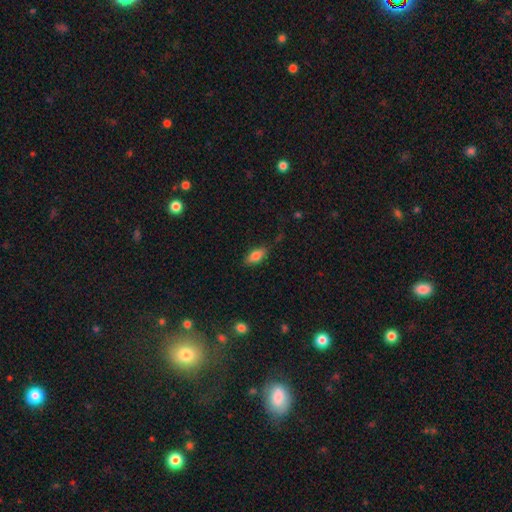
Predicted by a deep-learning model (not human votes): The model was most divided on "merging": none: 76%, minor disturbance: 18%, major disturbance: 5%, merger: 2%. More confident: how rounded — in between (84%); smooth or featured — smooth (79%).